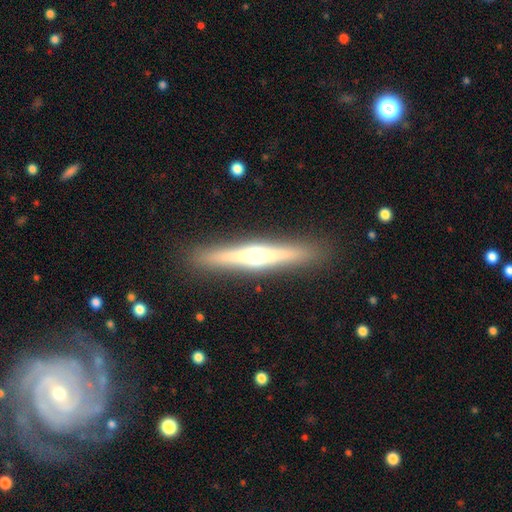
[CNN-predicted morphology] Q: Smooth or featured?
A: featured or disk (68%); runner-up: smooth (26%)
Q: Edge-on disk?
A: yes (96%); runner-up: no (4%)
Q: Edge-on bulge?
A: rounded (90%); runner-up: none (5%)
Q: Merging?
A: none (90%); runner-up: minor disturbance (7%)